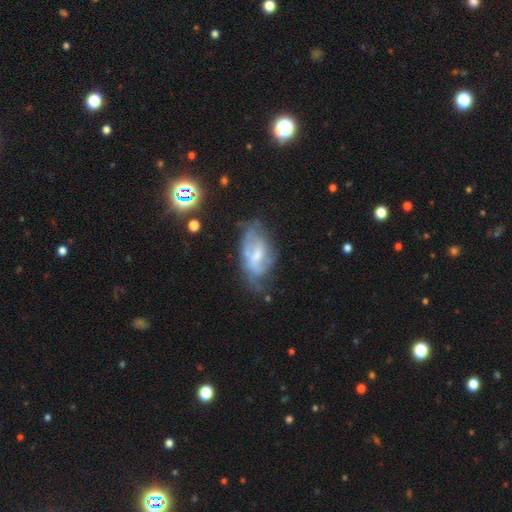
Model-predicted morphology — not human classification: Overall: featured or disk (63%; smooth 28%). Edge-on disk: no (94%). Bar: weak (48%; no 36%). Spiral arms: yes (60%; no 40%). Bulge size: small (43%; moderate 36%). Merging: none (43%; minor disturbance 31%).